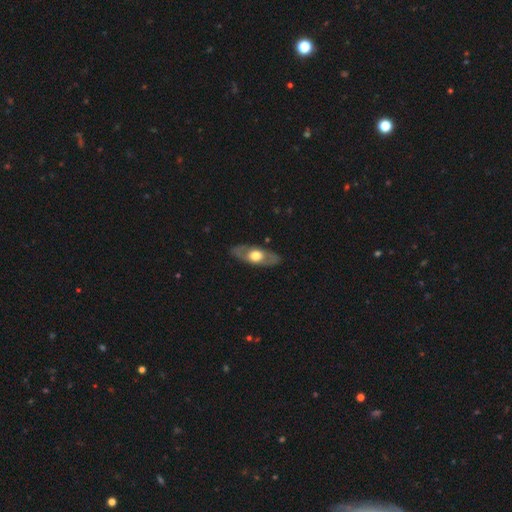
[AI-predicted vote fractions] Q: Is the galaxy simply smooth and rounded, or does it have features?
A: featured or disk — 55%.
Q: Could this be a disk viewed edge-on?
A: no — 69%.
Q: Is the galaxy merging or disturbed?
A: none — 86%.